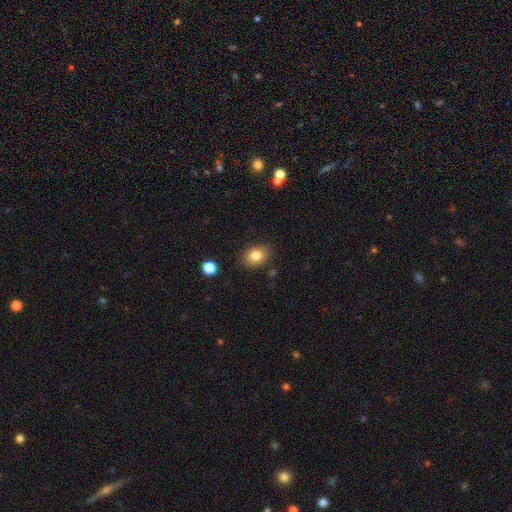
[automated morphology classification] This is clearly a smooth galaxy (82%). How rounded: likely in between (63%). Merging: clearly none (84%).